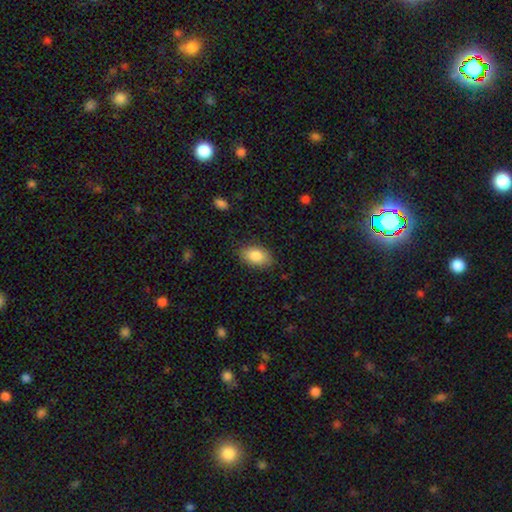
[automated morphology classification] Smooth or featured? smooth (86%)
How rounded? in between (91%)
Merging? none (83%)